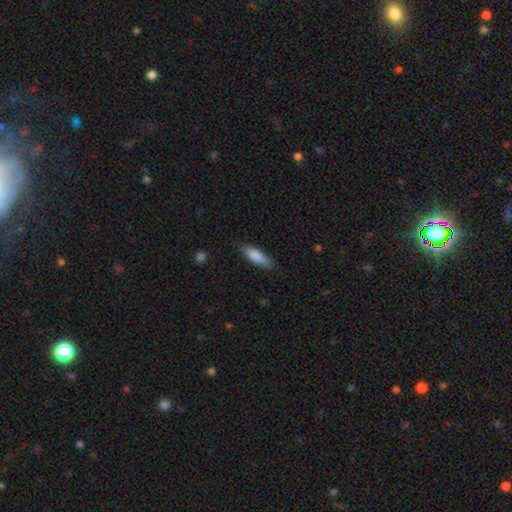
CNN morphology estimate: smooth-or-featured: smooth: 84% | featured or disk: 10% | star or artifact: 6%
  how-rounded: in between: 50% | cigar-shaped: 49% | round: 2%
  merging: none: 79% | minor disturbance: 17% | major disturbance: 3% | merger: 1%